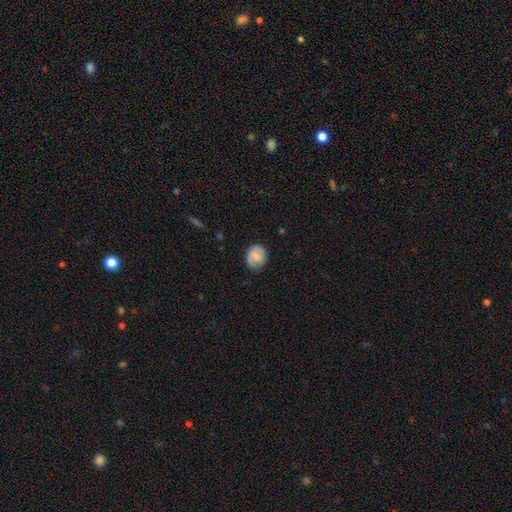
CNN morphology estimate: type=smooth (69%); roundness=round (62%); merging=none (77%).